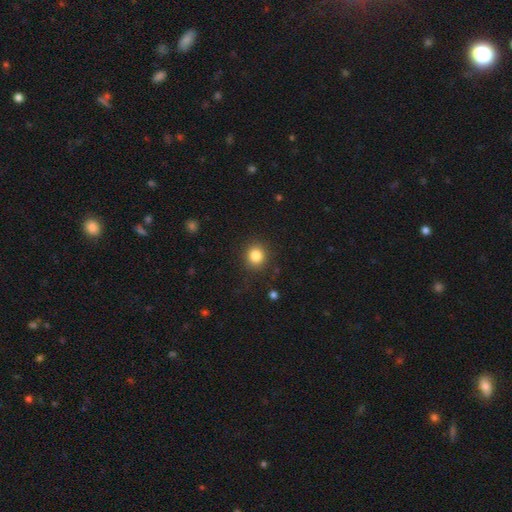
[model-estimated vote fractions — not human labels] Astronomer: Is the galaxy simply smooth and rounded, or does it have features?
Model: smooth — 84%.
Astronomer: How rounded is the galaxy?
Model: round — 83%.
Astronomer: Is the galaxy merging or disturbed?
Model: none — 87%.